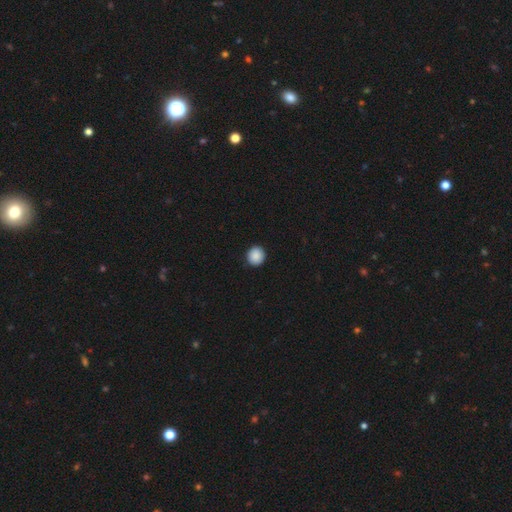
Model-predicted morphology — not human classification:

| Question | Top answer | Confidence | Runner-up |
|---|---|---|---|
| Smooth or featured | smooth | 89% | star or artifact (8%) |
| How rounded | round | 92% | in between (8%) |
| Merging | none | 92% | minor disturbance (6%) |